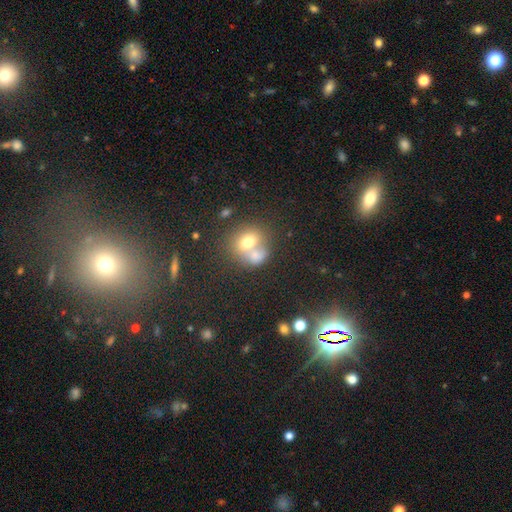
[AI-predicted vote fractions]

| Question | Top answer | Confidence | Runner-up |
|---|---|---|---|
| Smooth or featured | smooth | 69% | featured or disk (18%) |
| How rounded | round | 63% | in between (36%) |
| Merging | merger | 58% | none (29%) |